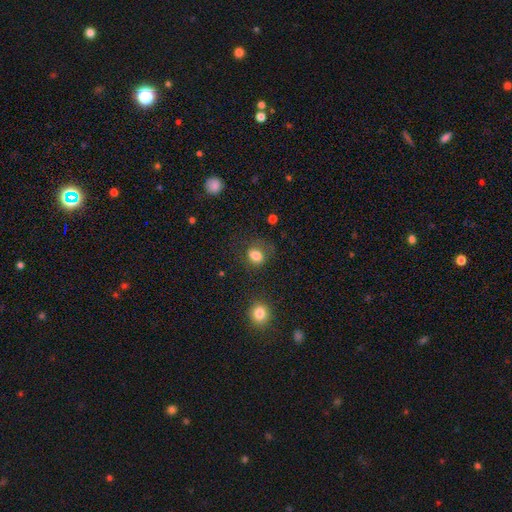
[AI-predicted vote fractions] Smooth or featured? Predicted: smooth (p=0.81). How rounded? Predicted: round (p=0.52). Merging? Predicted: none (p=0.64).